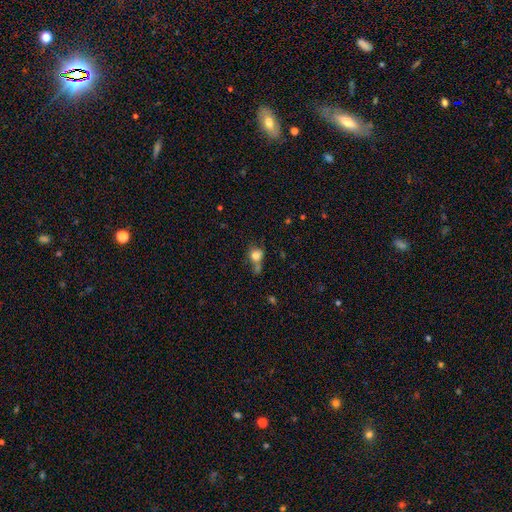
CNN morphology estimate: Q: Smooth or featured?
A: smooth (78%); runner-up: star or artifact (11%)
Q: How rounded?
A: round (75%); runner-up: in between (23%)
Q: Merging?
A: none (40%); runner-up: merger (29%)